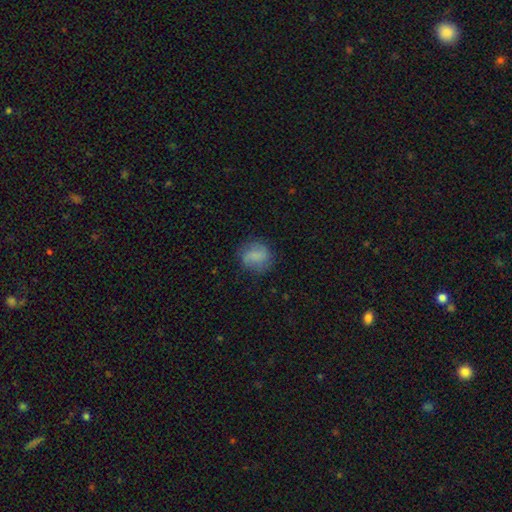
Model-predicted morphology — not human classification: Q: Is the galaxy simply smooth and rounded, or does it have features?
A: smooth — 70%.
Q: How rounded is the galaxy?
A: round — 71%.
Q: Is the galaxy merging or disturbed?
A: none — 69%.